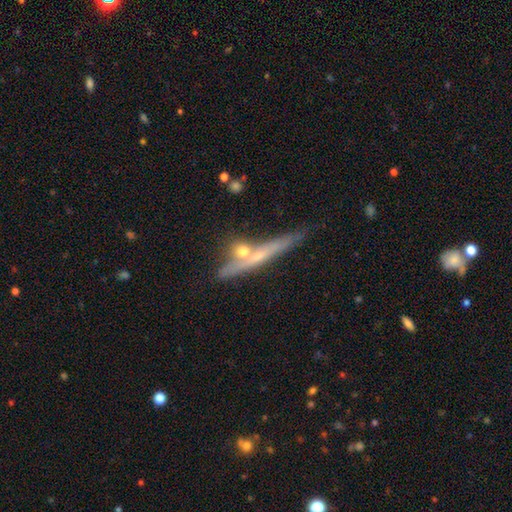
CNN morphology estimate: Overall: featured or disk (59%; smooth 33%). Edge-on disk: yes (89%). Edge-on bulge: rounded (57%; none 38%). Merging: none (61%).